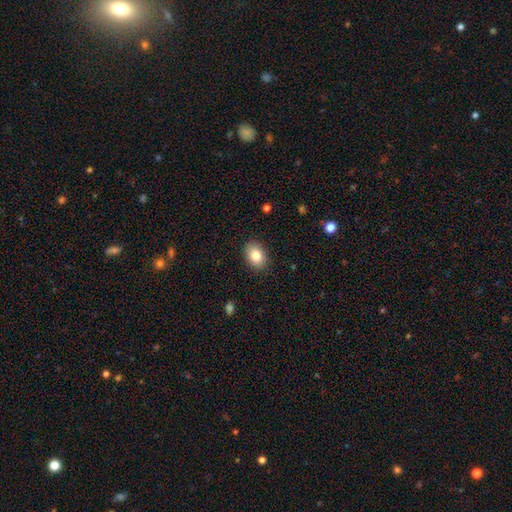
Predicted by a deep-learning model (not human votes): smooth_or_featured: smooth (p=0.83) [alt: featured or disk p=0.08]
how_rounded: in between (p=0.77) [alt: round p=0.22]
merging: none (p=0.88) [alt: minor disturbance p=0.09]